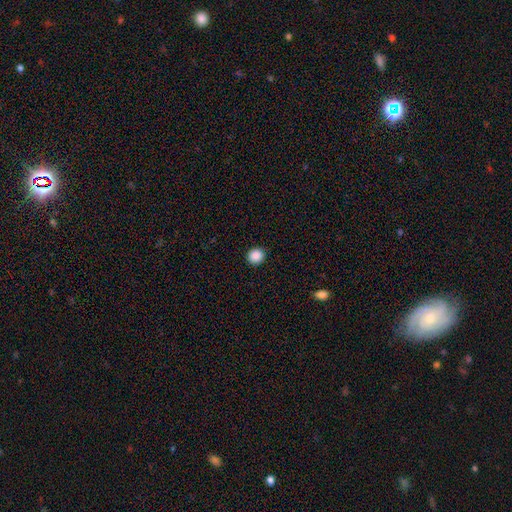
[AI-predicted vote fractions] smooth_or_featured: smooth (p=0.88) [alt: star or artifact p=0.09]
how_rounded: round (p=0.91) [alt: in between p=0.08]
merging: none (p=0.92) [alt: minor disturbance p=0.05]